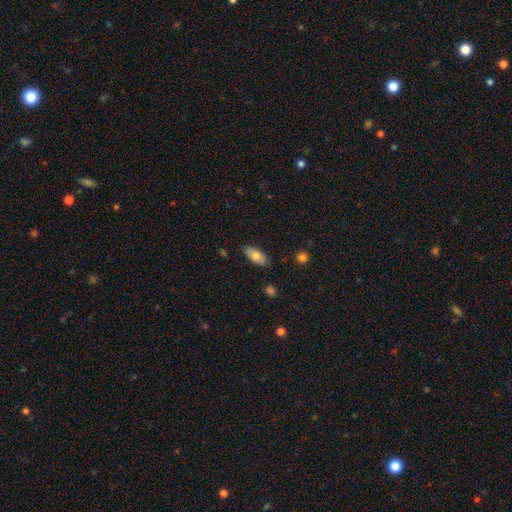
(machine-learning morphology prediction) Q: Smooth or featured?
A: smooth (74%); runner-up: featured or disk (19%)
Q: How rounded?
A: in between (88%); runner-up: cigar-shaped (9%)
Q: Merging?
A: none (83%); runner-up: minor disturbance (13%)